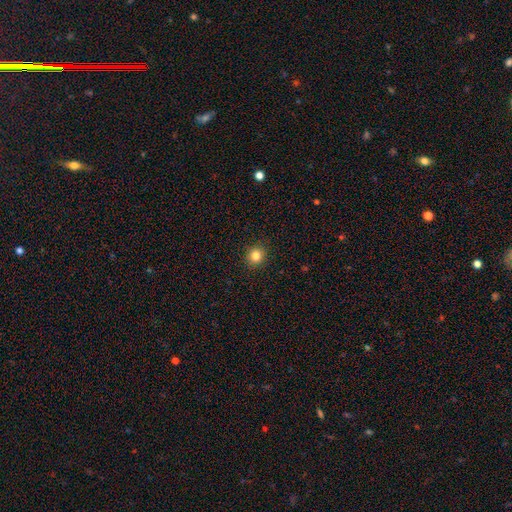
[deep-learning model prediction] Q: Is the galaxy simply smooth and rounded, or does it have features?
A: smooth — 83%.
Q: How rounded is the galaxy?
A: round — 84%.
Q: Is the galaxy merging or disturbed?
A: none — 92%.